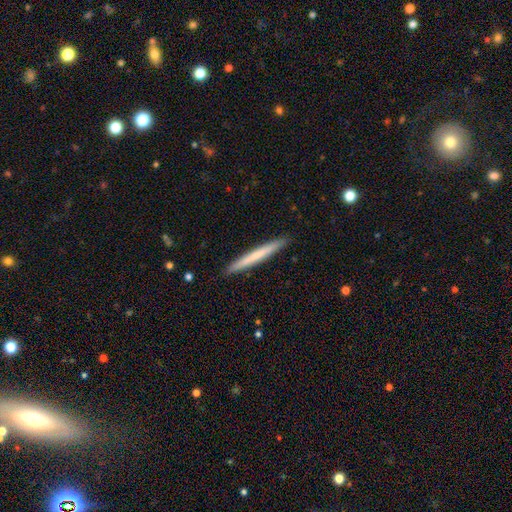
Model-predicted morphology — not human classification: Smooth or featured?
  - smooth: 62% *
  - featured or disk: 33%
  - star or artifact: 5%
How rounded?
  - cigar-shaped: 97% *
  - in between: 2%
  - round: 1%
Merging?
  - none: 93% *
  - minor disturbance: 5%
  - major disturbance: 1%
  - merger: 1%